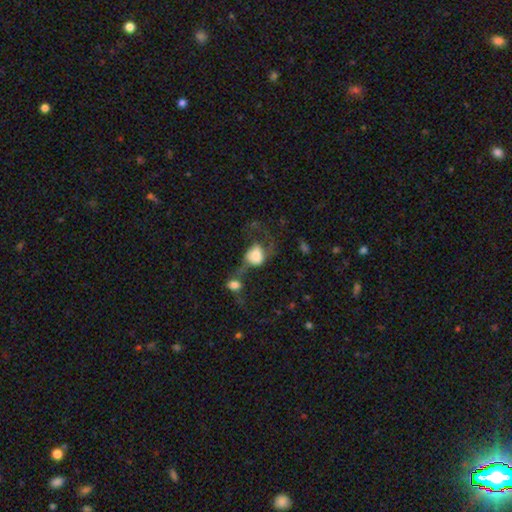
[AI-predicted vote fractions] Smooth or featured? smooth (56%)
How rounded? in between (51%)
Merging? merger (46%)